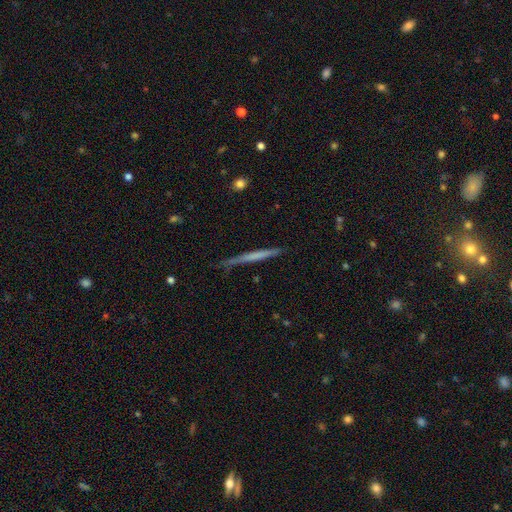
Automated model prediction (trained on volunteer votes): Overall: smooth (48%; featured or disk 46%). Merging: none (84%).